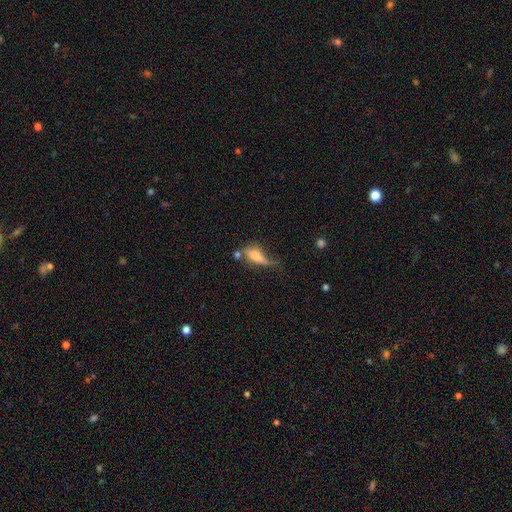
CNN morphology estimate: Q: Smooth or featured?
A: smooth (60%); runner-up: featured or disk (29%)
Q: How rounded?
A: in between (62%); runner-up: cigar-shaped (32%)
Q: Merging?
A: major disturbance (33%); runner-up: minor disturbance (24%)